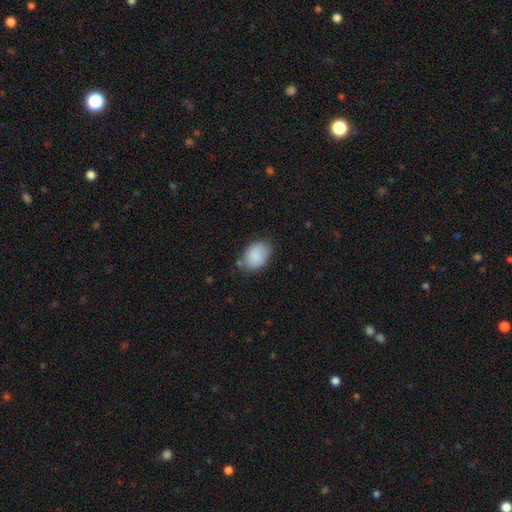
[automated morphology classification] smooth_or_featured: smooth (p=0.89) [alt: star or artifact p=0.07]
how_rounded: in between (p=0.77) [alt: round p=0.22]
merging: none (p=0.73) [alt: minor disturbance p=0.19]